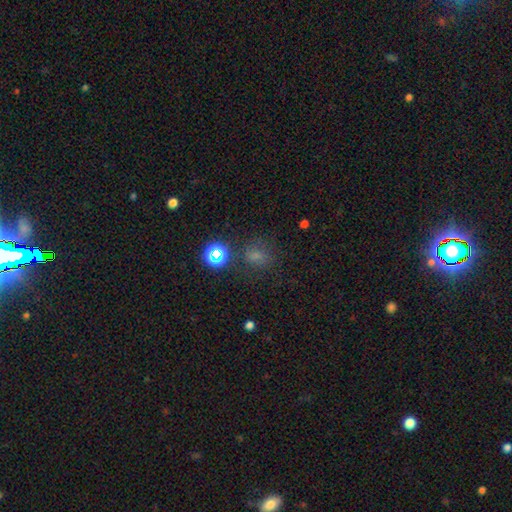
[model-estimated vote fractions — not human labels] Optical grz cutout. It shows a smooth galaxy with no disk features (57%) that is round (61%). Merging: none (70%).